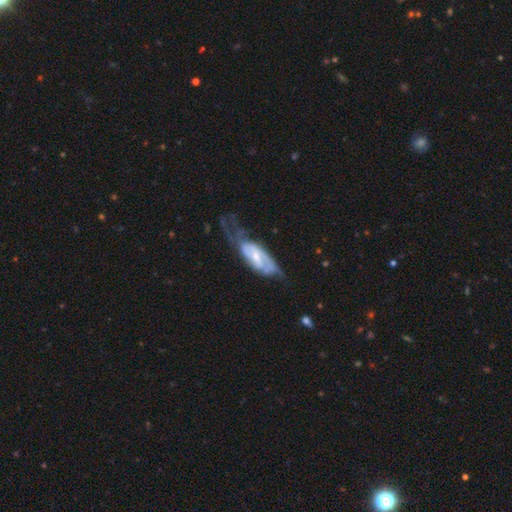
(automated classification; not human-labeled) Smooth or featured?
  - featured or disk: 73% *
  - smooth: 20%
  - star or artifact: 6%
Edge-on disk?
  - no: 86% *
  - yes: 14%
Bar?
  - weak: 43% *
  - no: 38%
  - strong: 19%
Spiral arms?
  - yes: 83% *
  - no: 17%
Spiral winding?
  - medium: 40% *
  - tight: 39%
  - loose: 21%
Spiral arm count?
  - 2: 53% *
  - can't tell: 32%
  - 1: 6%
  - 3: 5%
  - 4: 2%
  - more than 4: 2%
Bulge size?
  - small: 55% *
  - moderate: 38%
  - none: 4%
  - large: 3%
  - dominant: 1%
Merging?
  - none: 35% *
  - major disturbance: 34%
  - minor disturbance: 27%
  - merger: 3%